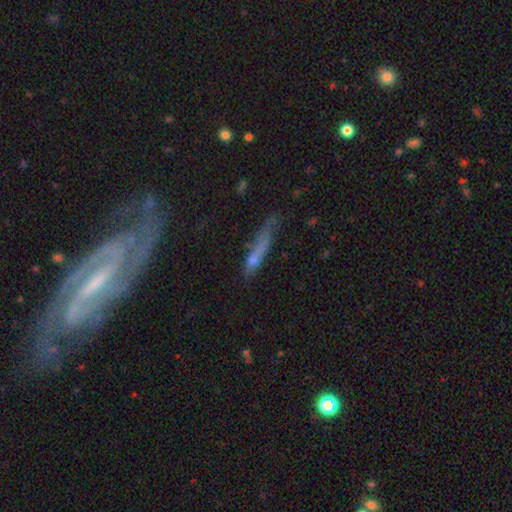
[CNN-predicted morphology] type=smooth (60%); roundness=cigar-shaped (84%); merging=none (52%).